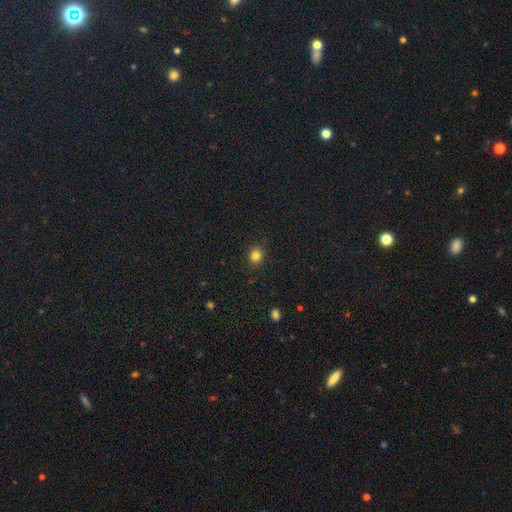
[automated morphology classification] Smooth or featured? Predicted: smooth (p=0.82). How rounded? Predicted: round (p=0.71). Merging? Predicted: none (p=0.88).